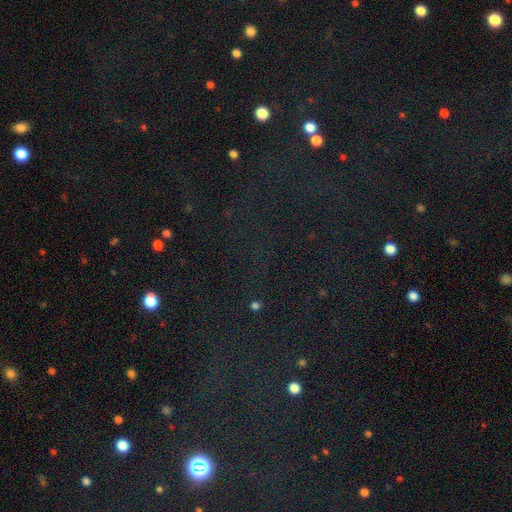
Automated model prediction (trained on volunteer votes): Morphology: type=star or artifact (78%).